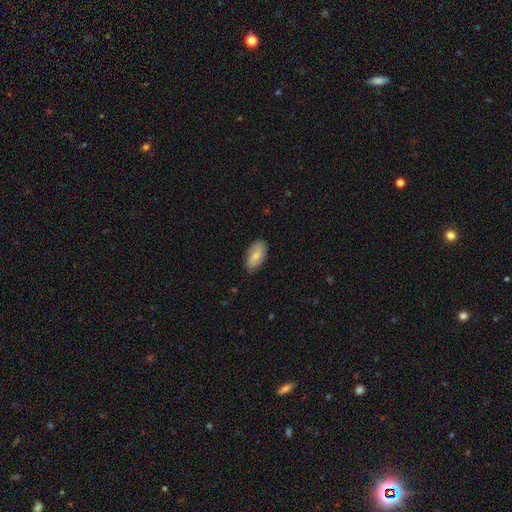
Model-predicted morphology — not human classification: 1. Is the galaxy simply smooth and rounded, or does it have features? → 67% smooth, 27% featured or disk, 6% star or artifact.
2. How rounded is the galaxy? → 93% in between, 3% cigar-shaped, 3% round.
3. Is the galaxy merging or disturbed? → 83% none, 13% minor disturbance, 2% major disturbance, 1% merger.